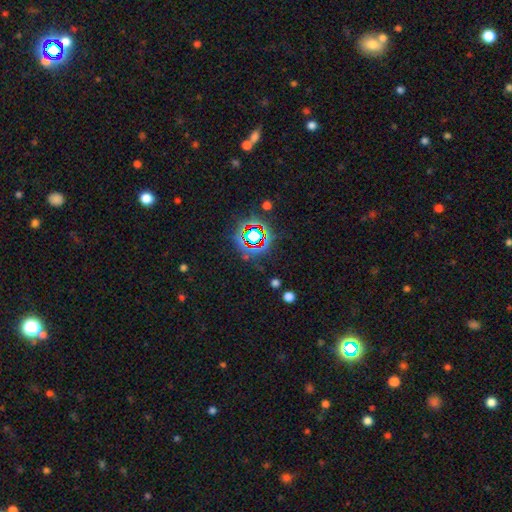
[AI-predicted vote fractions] The model was most divided on "smooth or featured": star or artifact: 72%, smooth: 15%, featured or disk: 13%.